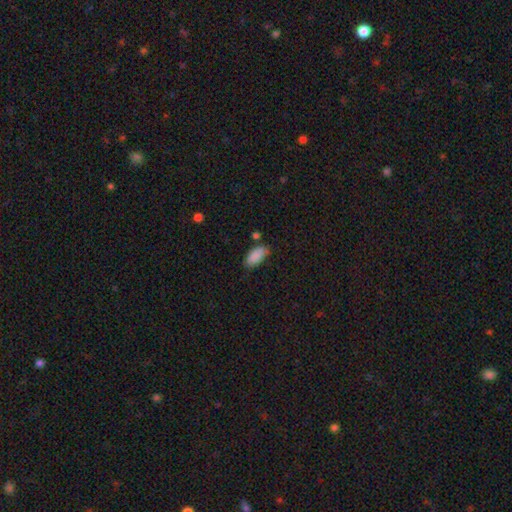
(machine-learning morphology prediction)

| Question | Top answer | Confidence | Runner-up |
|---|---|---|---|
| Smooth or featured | smooth | 88% | star or artifact (7%) |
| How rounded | in between | 90% | cigar-shaped (8%) |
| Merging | none | 72% | minor disturbance (20%) |